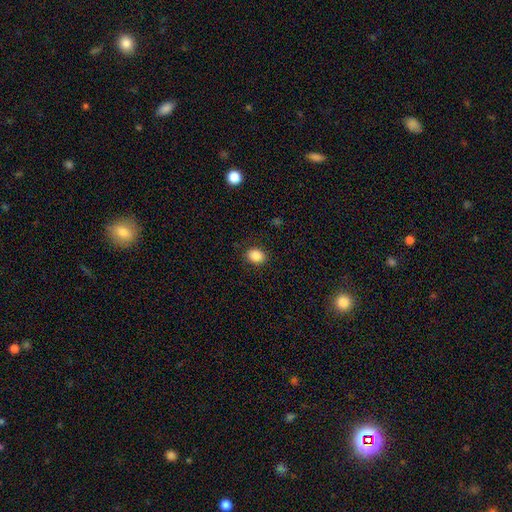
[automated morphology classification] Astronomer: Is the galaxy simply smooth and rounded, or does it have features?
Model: smooth — 87%.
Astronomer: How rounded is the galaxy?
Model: in between — 55% (runner-up: round, 44%).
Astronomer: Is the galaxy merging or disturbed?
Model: none — 87%.